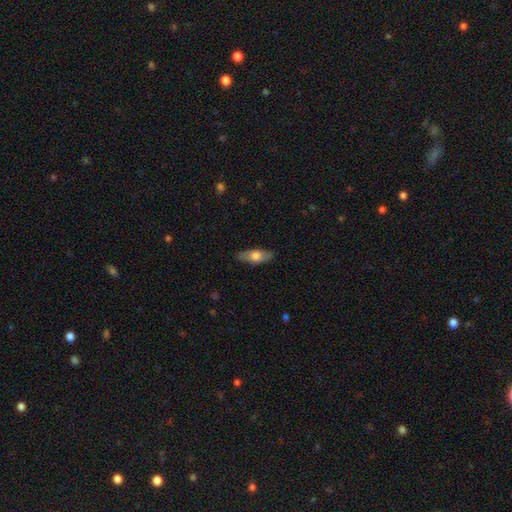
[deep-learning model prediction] smooth-or-featured: smooth: 63% | featured or disk: 31% | star or artifact: 6%
  how-rounded: in between: 73% | cigar-shaped: 24% | round: 3%
  merging: none: 84% | minor disturbance: 12% | major disturbance: 2% | merger: 1%